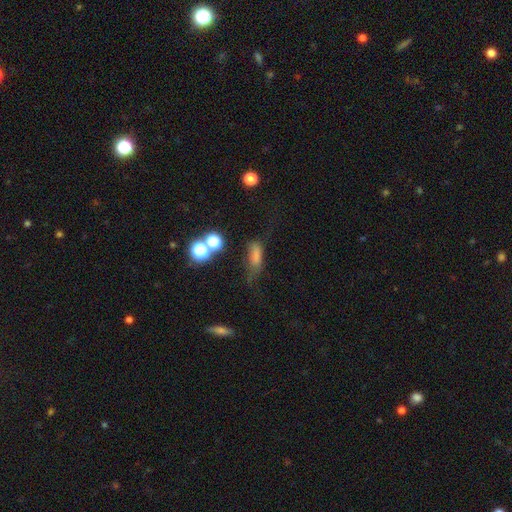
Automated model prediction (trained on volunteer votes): Smooth or featured: smooth — 69% (star or artifact — 17%)
How rounded: in between — 59% (cigar-shaped — 31%)
Merging: none — 40% (minor disturbance — 29%)